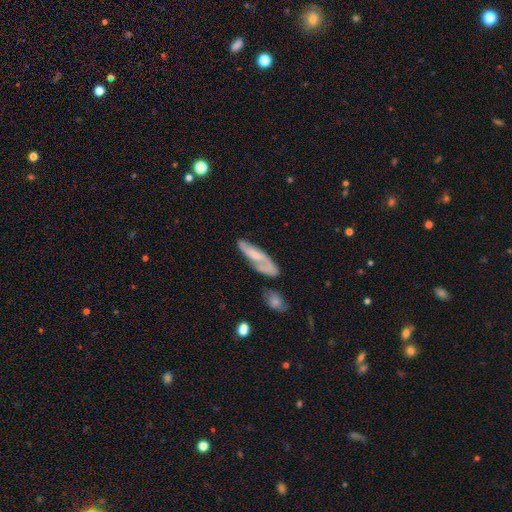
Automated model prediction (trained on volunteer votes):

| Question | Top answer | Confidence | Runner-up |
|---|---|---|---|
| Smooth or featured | featured or disk | 59% | smooth (35%) |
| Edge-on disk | no | 76% | yes (24%) |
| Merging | none | 55% | minor disturbance (22%) |